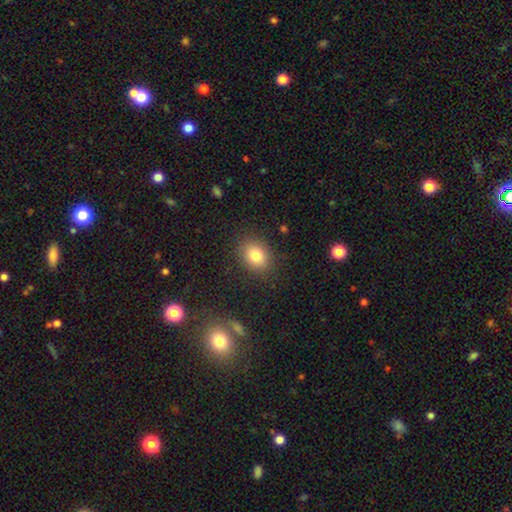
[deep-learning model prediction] Smooth or featured? Predicted: smooth (p=0.80). How rounded? Predicted: round (p=0.52). Merging? Predicted: none (p=0.86).